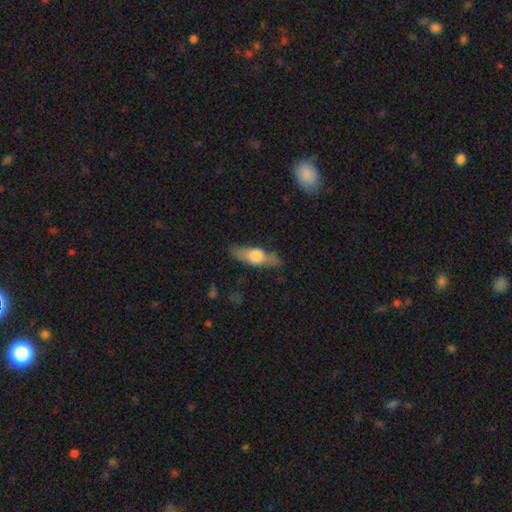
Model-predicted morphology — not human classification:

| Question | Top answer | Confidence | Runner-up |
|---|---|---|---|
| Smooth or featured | smooth | 50% | featured or disk (43%) |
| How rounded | cigar-shaped | 49% | in between (47%) |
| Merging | none | 76% | minor disturbance (17%) |